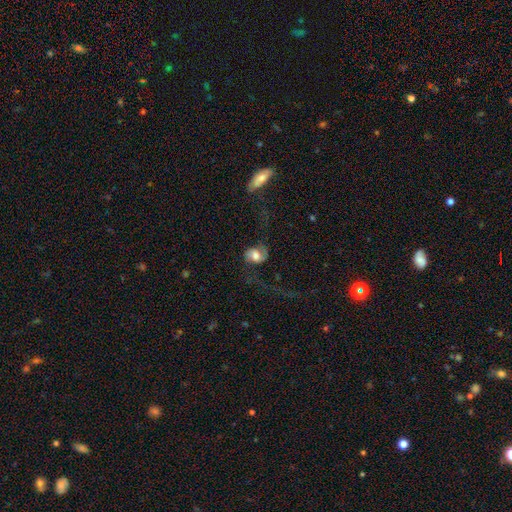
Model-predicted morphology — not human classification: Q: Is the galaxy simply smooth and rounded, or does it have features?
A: featured or disk — 48%.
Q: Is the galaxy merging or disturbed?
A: none — 45%.